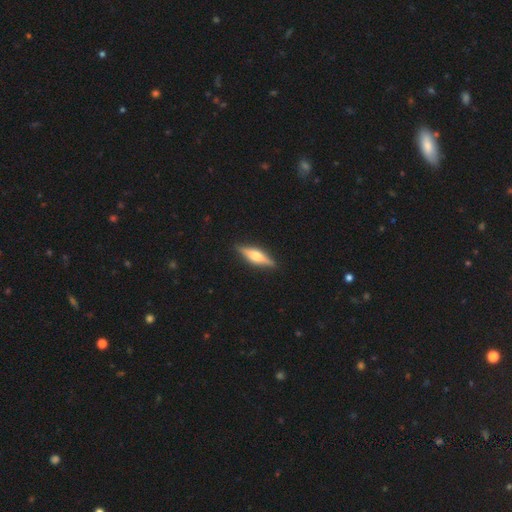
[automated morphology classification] Overall: featured or disk (63%; smooth 31%). Edge-on disk: yes (96%). Edge-on bulge: rounded (87%). Merging: none (90%).